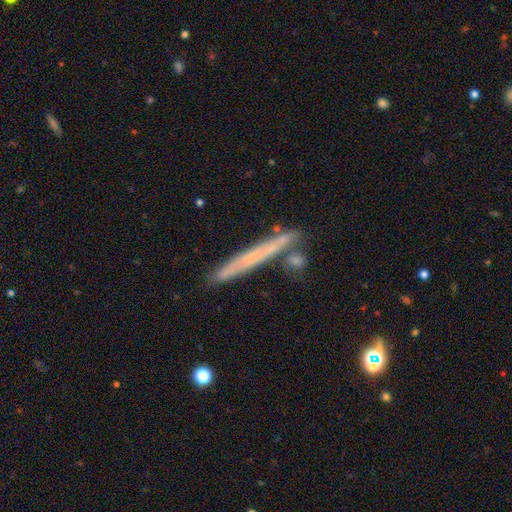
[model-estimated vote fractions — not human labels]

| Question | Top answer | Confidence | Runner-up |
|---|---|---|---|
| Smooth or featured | smooth | 46% | tied: featured or disk (46%) |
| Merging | none | 79% | minor disturbance (11%) |